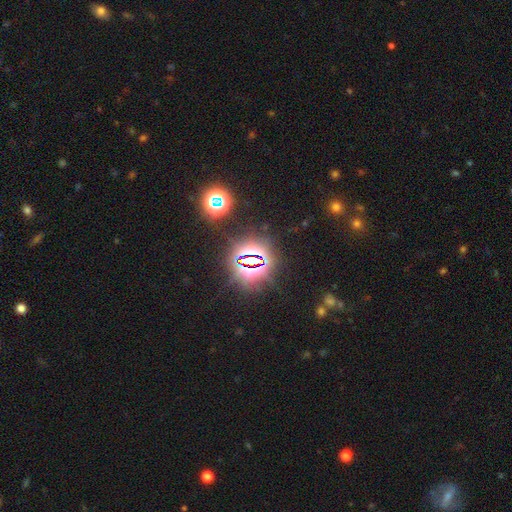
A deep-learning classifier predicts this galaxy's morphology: Smooth or featured?
  - star or artifact: 80% *
  - smooth: 12%
  - featured or disk: 8%